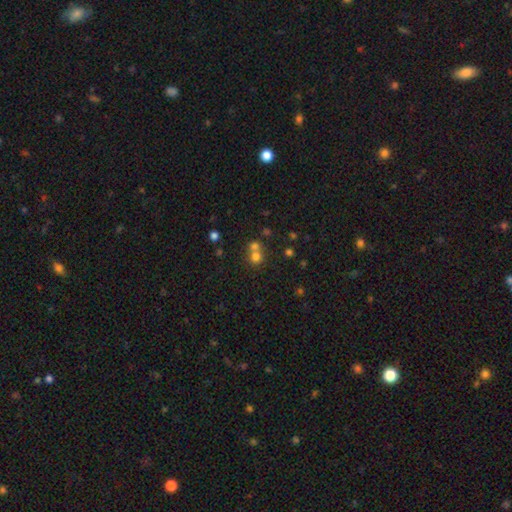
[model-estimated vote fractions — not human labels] Q: Smooth or featured?
A: smooth (71%); runner-up: star or artifact (17%)
Q: How rounded?
A: round (84%); runner-up: in between (15%)
Q: Merging?
A: merger (50%); runner-up: none (42%)